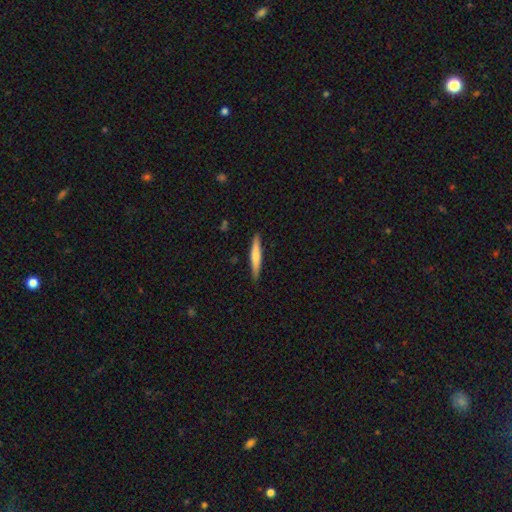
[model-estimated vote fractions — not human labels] smooth_or_featured: smooth (p=0.63) [alt: featured or disk p=0.31]
how_rounded: cigar-shaped (p=0.93) [alt: in between p=0.06]
merging: none (p=0.89) [alt: minor disturbance p=0.08]